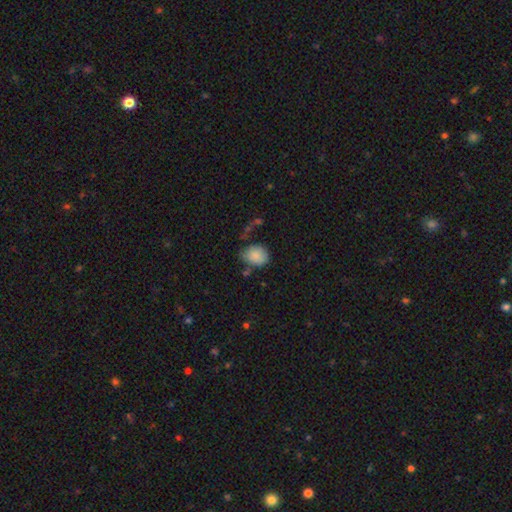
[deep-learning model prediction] Smooth or featured? smooth (83%)
How rounded? round (50%)
Merging? none (60%)